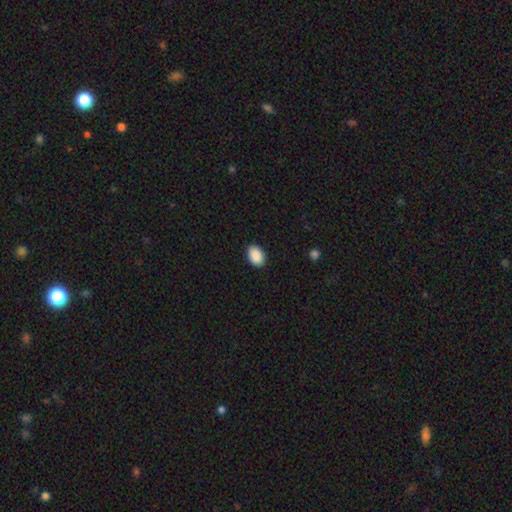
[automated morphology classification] This is clearly a smooth galaxy (91%). How rounded: clearly in between (85%). Merging: clearly none (89%).